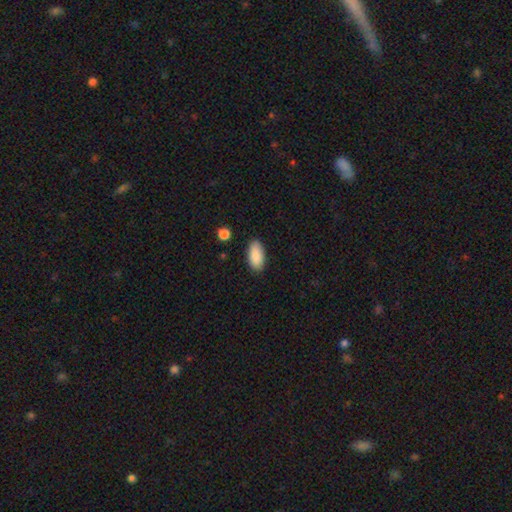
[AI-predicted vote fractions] The model was most divided on "merging": none: 85%, minor disturbance: 11%, major disturbance: 2%, merger: 2%. More confident: how rounded — in between (92%); smooth or featured — smooth (90%).